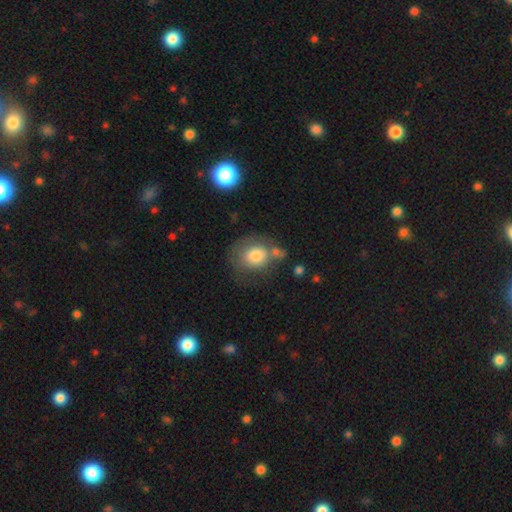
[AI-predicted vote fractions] Q: Smooth or featured?
A: smooth (75%); runner-up: featured or disk (17%)
Q: How rounded?
A: round (71%); runner-up: in between (28%)
Q: Merging?
A: none (47%); runner-up: minor disturbance (23%)